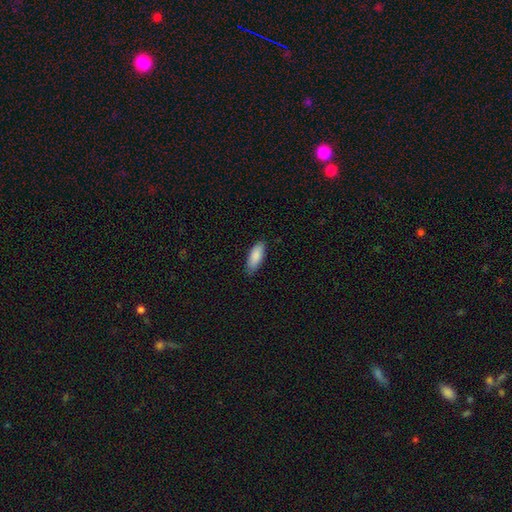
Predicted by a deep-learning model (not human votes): The model was most divided on "how rounded": in between: 73%, cigar-shaped: 25%, round: 2%. More confident: smooth or featured — smooth (88%); merging — none (84%).